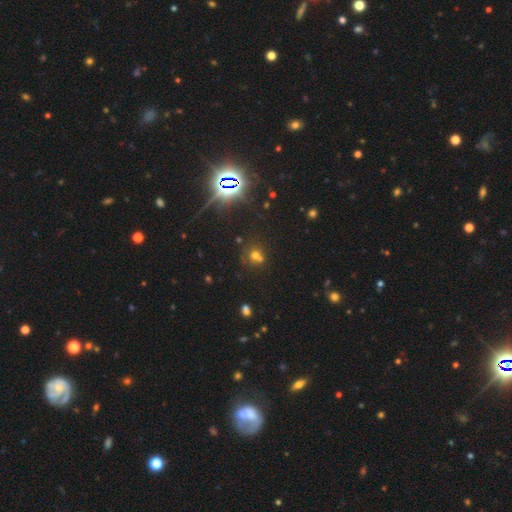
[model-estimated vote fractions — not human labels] This is possibly a smooth galaxy (53%). How rounded: likely round (79%). Merging: possibly none (46%).